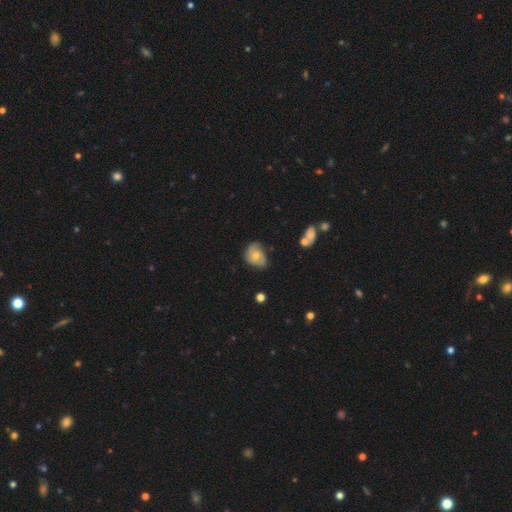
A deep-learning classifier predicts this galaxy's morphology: Smooth or featured?
  - featured or disk: 52% *
  - smooth: 40%
  - star or artifact: 7%
Edge-on disk?
  - no: 96% *
  - yes: 4%
Bar?
  - no: 69% *
  - weak: 27%
  - strong: 4%
Spiral arms?
  - yes: 82% *
  - no: 18%
Bulge size?
  - moderate: 57% *
  - small: 34%
  - large: 4%
  - none: 4%
  - dominant: 1%
Merging?
  - none: 56% *
  - minor disturbance: 32%
  - major disturbance: 9%
  - merger: 2%